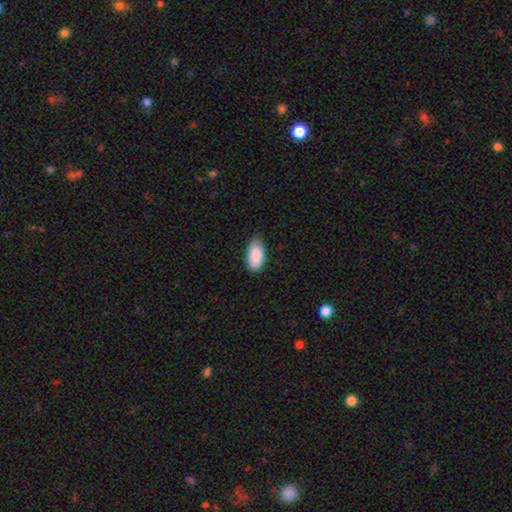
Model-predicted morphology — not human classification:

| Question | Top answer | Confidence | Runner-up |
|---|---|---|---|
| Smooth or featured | smooth | 89% | star or artifact (6%) |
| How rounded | in between | 94% | cigar-shaped (3%) |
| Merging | none | 73% | minor disturbance (23%) |